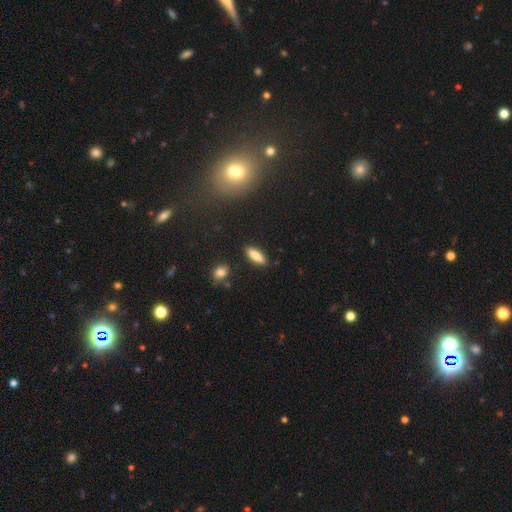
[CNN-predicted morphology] Overall: smooth (82%). How rounded: in between (52%; cigar-shaped 46%). Merging: none (87%).